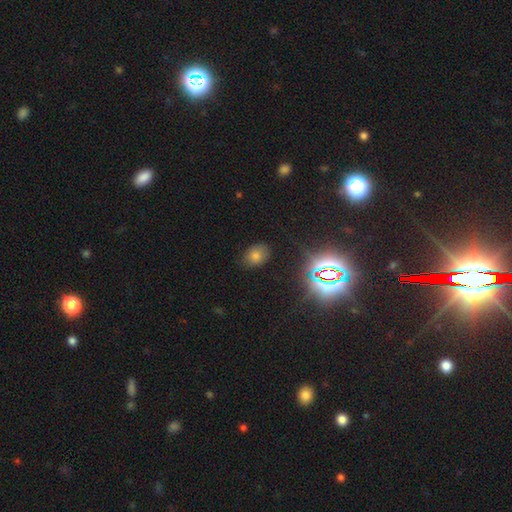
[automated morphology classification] The model was most divided on "smooth or featured": smooth: 54%, star or artifact: 36%, featured or disk: 10%. More confident: merging — none (82%); how rounded — in between (64%).